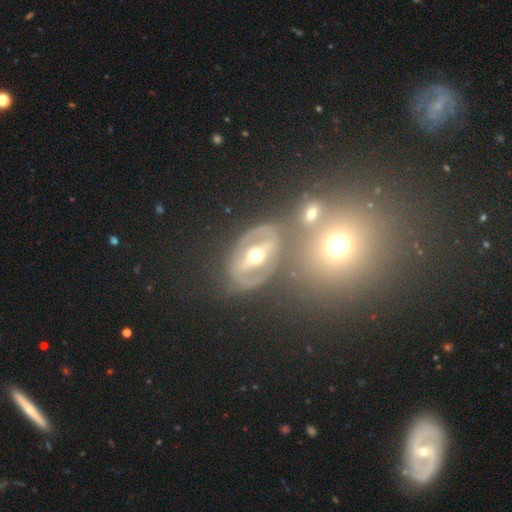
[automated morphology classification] A featured or disk galaxy (72%) with a strong bar (53%), spiral arms (53%) and a moderate central bulge (73%).

Vote fractions:
- Smooth or featured? featured or disk: 72% / smooth: 18% / star or artifact: 10%
- Edge-on disk? no: 91% / yes: 9%
- Bar? strong: 53% / weak: 26% / no: 20%
- Spiral arms? yes: 53% / no: 47%
- Bulge size? moderate: 73% / small: 19% / large: 5% / dominant: 1% / none: 1%
- Merging? none: 67% / minor disturbance: 13% / merger: 12% / major disturbance: 7%